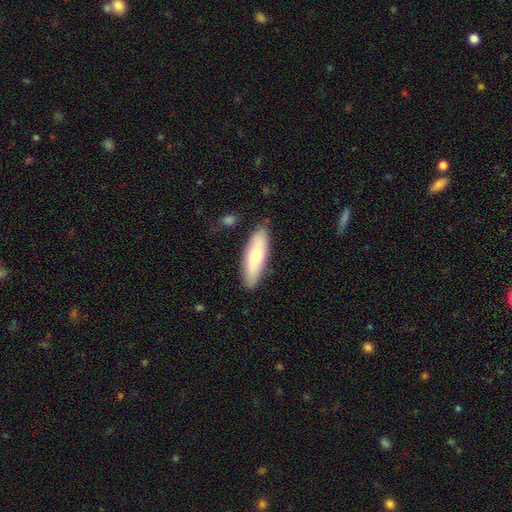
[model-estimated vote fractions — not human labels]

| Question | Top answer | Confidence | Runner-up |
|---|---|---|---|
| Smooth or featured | smooth | 66% | featured or disk (28%) |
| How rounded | in between | 52% | cigar-shaped (46%) |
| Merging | none | 84% | minor disturbance (12%) |